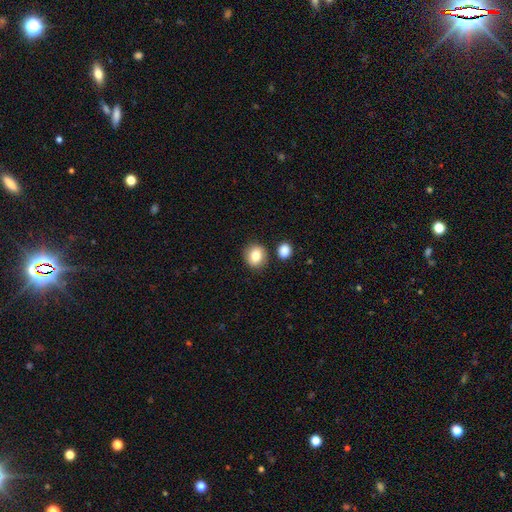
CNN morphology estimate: smooth_or_featured: smooth (p=0.82) [alt: star or artifact p=0.09]
how_rounded: round (p=0.79) [alt: in between p=0.20]
merging: none (p=0.82) [alt: minor disturbance p=0.09]